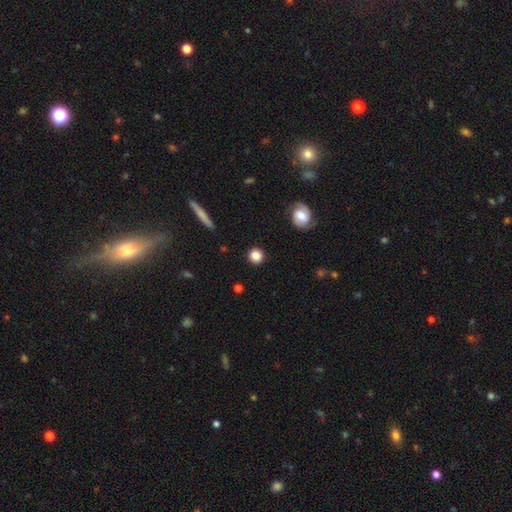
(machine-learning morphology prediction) This is clearly a smooth galaxy (85%). How rounded: clearly round (93%). Merging: clearly none (91%).